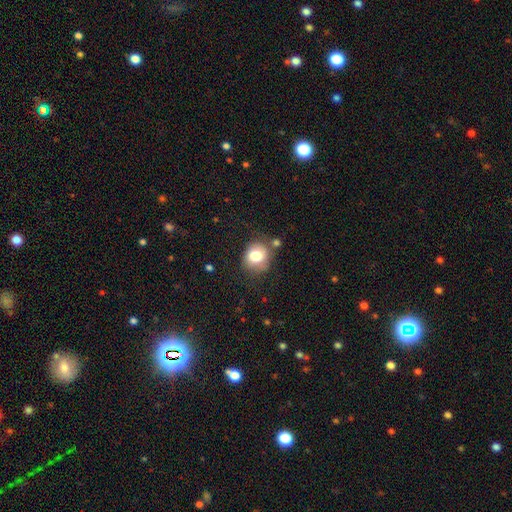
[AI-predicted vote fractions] Overall: smooth (79%). How rounded: round (71%). Merging: none (67%).